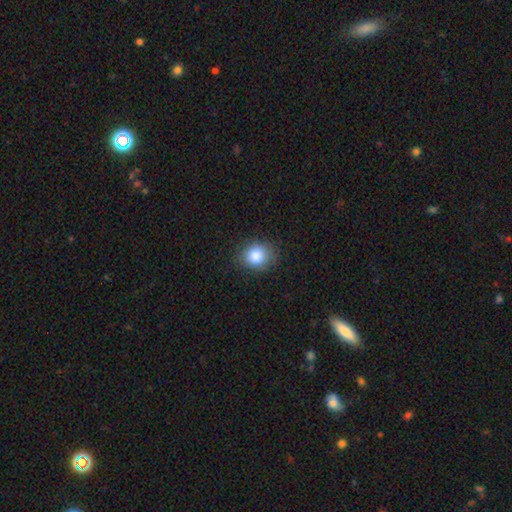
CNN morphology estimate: smooth_or_featured: smooth (p=0.86) [alt: star or artifact p=0.09]
how_rounded: round (p=0.65) [alt: in between p=0.34]
merging: none (p=0.85) [alt: minor disturbance p=0.11]